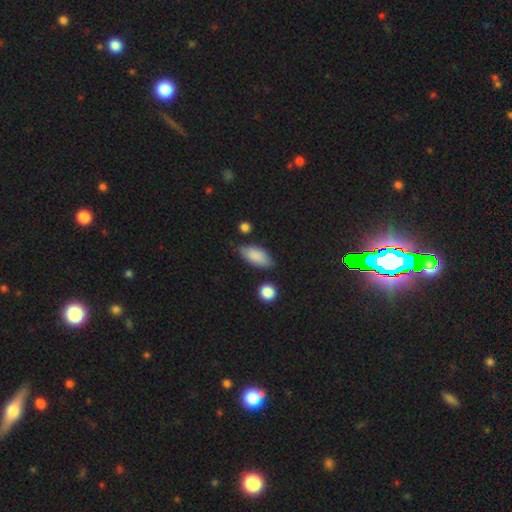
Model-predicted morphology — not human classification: smooth 85%, featured or disk 9%, star or artifact 6%. Down the decision tree: how rounded — in between (88%); merging — none (73%).